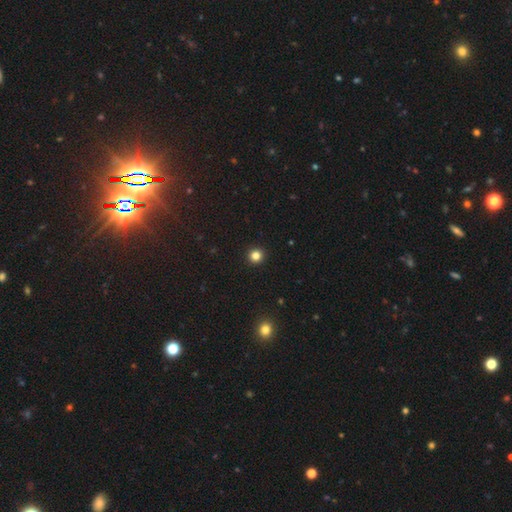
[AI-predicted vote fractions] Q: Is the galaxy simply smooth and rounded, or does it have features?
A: smooth — 83%.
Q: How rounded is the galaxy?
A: round — 95%.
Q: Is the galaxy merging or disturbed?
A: none — 94%.